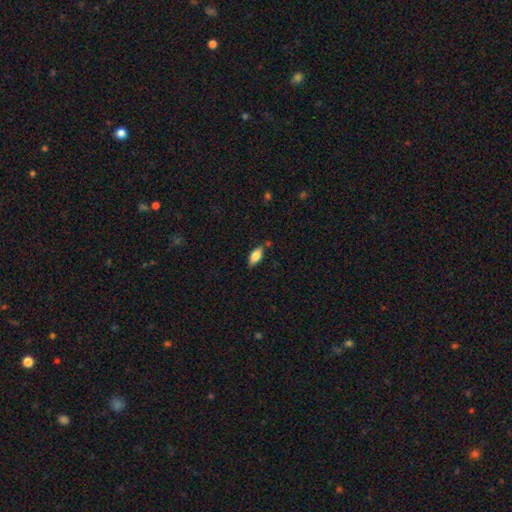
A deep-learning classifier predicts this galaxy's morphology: smooth_or_featured: smooth (p=0.80) [alt: featured or disk p=0.13]
how_rounded: in between (p=0.88) [alt: cigar-shaped p=0.10]
merging: none (p=0.80) [alt: minor disturbance p=0.14]